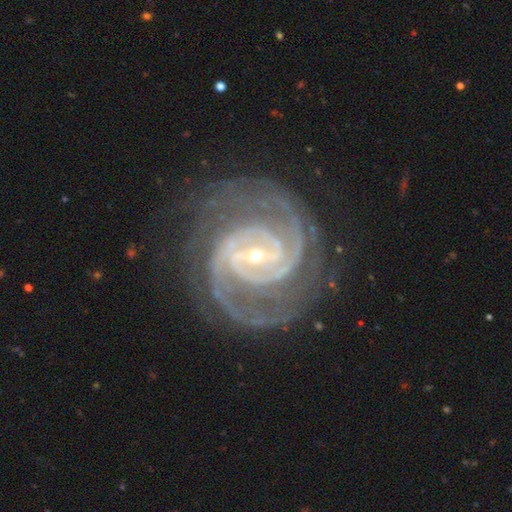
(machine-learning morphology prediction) Q: Smooth or featured?
A: featured or disk (93%); runner-up: star or artifact (4%)
Q: Edge-on disk?
A: no (98%); runner-up: yes (2%)
Q: Bar?
A: strong (42%); runner-up: weak (39%)
Q: Spiral arms?
A: yes (99%); runner-up: no (1%)
Q: Spiral winding?
A: tight (65%); runner-up: medium (31%)
Q: Spiral arm count?
A: 2 (46%); runner-up: 3 (19%)
Q: Bulge size?
A: small (76%); runner-up: moderate (21%)
Q: Merging?
A: none (77%); runner-up: minor disturbance (14%)